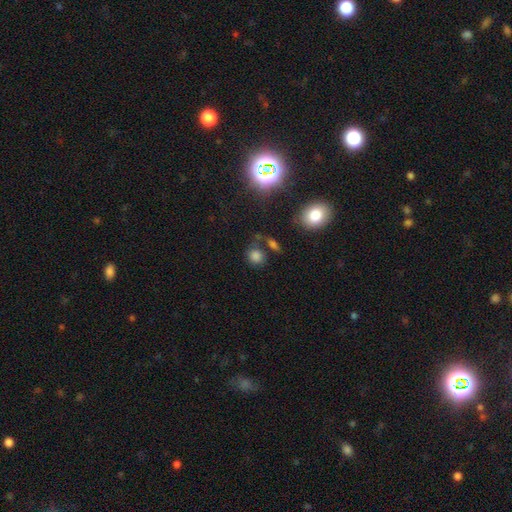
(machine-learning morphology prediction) smooth_or_featured: smooth (p=0.74) [alt: star or artifact p=0.18]
how_rounded: round (p=0.73) [alt: in between p=0.25]
merging: none (p=0.59) [alt: minor disturbance p=0.16]